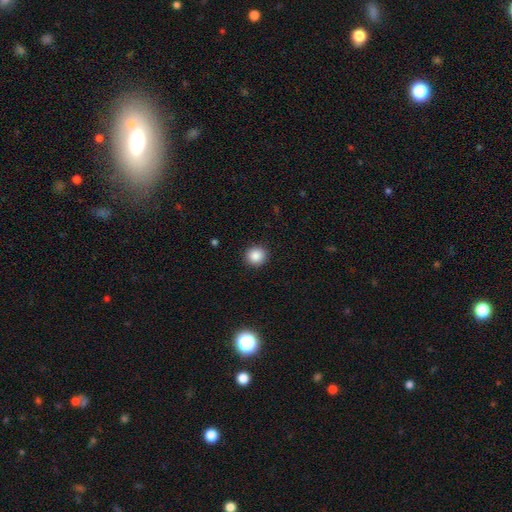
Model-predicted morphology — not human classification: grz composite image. It shows a smooth galaxy with no disk features (88%) that is round (91%). Merging: none (91%).